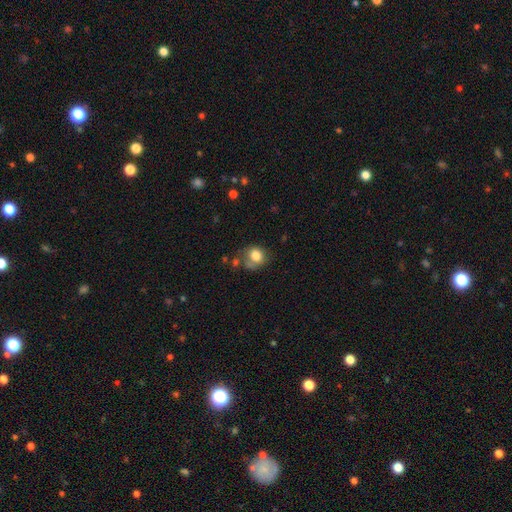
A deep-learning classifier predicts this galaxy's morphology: The model was most divided on "merging": none: 46%, minor disturbance: 26%, major disturbance: 14%, merger: 13%. More confident: smooth or featured — smooth (79%); how rounded — round (63%).